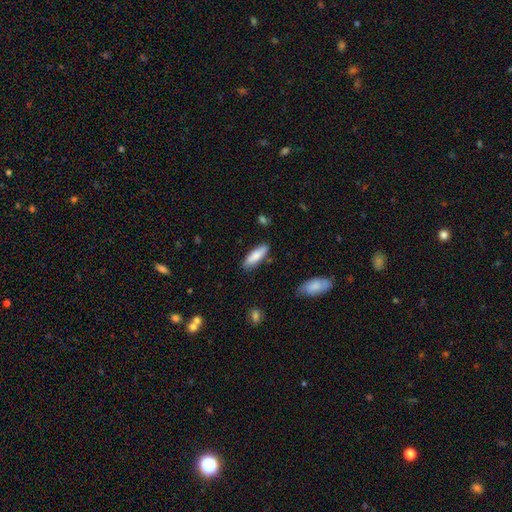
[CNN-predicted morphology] type=smooth (81%); roundness=in between (53%); merging=none (83%).